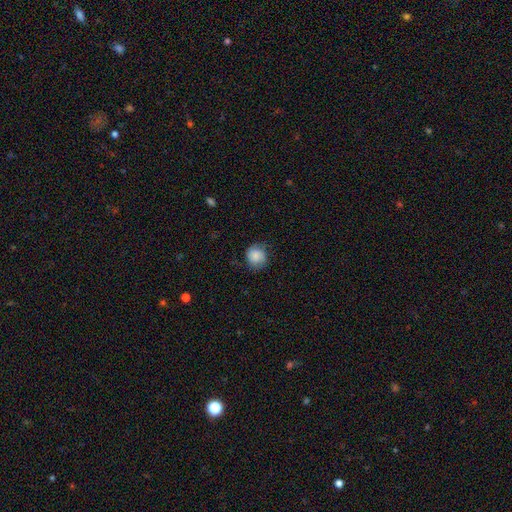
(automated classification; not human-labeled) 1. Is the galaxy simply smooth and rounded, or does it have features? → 76% smooth, 16% featured or disk, 8% star or artifact.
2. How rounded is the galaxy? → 83% round, 16% in between, 1% cigar-shaped.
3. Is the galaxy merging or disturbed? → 67% none, 24% minor disturbance, 8% major disturbance, 1% merger.